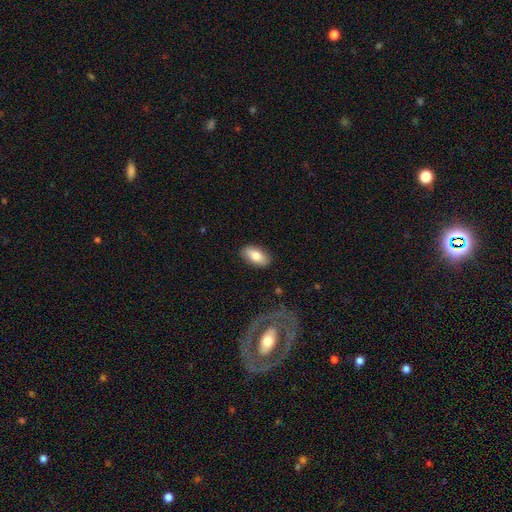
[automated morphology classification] This is likely a smooth galaxy (77%). How rounded: clearly in between (90%). Merging: clearly none (86%).